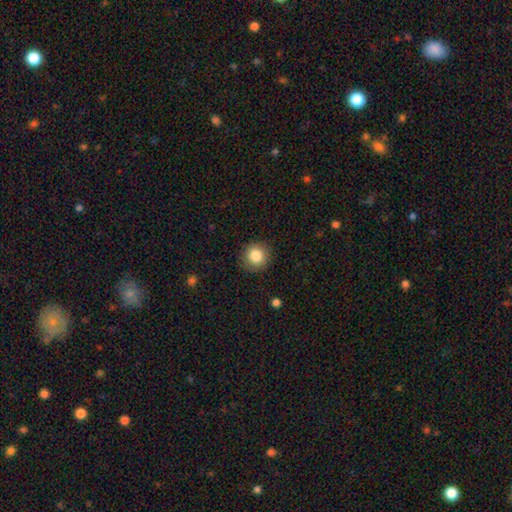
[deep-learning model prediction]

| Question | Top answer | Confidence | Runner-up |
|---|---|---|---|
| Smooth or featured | smooth | 84% | star or artifact (10%) |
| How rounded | round | 92% | in between (7%) |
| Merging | none | 90% | minor disturbance (7%) |